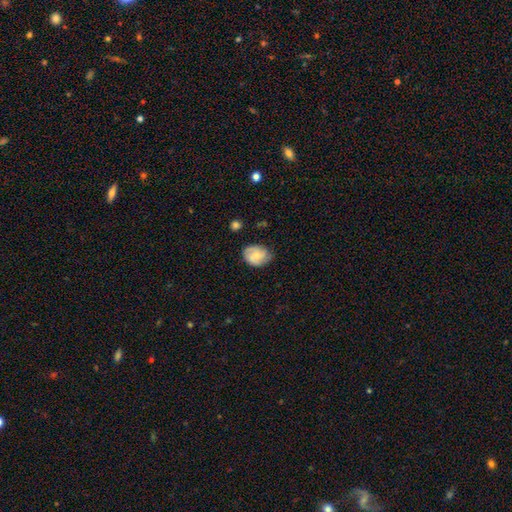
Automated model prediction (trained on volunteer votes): Smooth or featured?
  - featured or disk: 52% *
  - smooth: 41%
  - star or artifact: 7%
Edge-on disk?
  - no: 97% *
  - yes: 3%
Bar?
  - no: 60% *
  - weak: 34%
  - strong: 6%
Spiral arms?
  - yes: 89% *
  - no: 11%
Bulge size?
  - small: 54% *
  - moderate: 36%
  - none: 7%
  - large: 2%
  - dominant: 1%
Merging?
  - none: 71% *
  - minor disturbance: 22%
  - major disturbance: 5%
  - merger: 1%